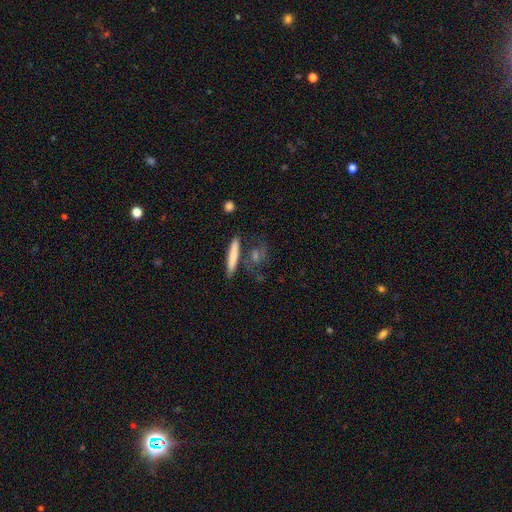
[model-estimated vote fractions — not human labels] smooth_or_featured: smooth (p=0.50) [alt: featured or disk p=0.37]
merging: none (p=0.67) [alt: merger p=0.14]